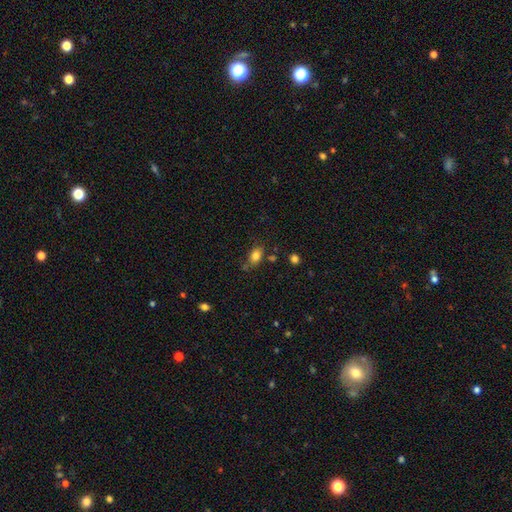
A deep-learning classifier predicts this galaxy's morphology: This is clearly a smooth galaxy (82%). How rounded: clearly in between (81%). Merging: likely none (68%).